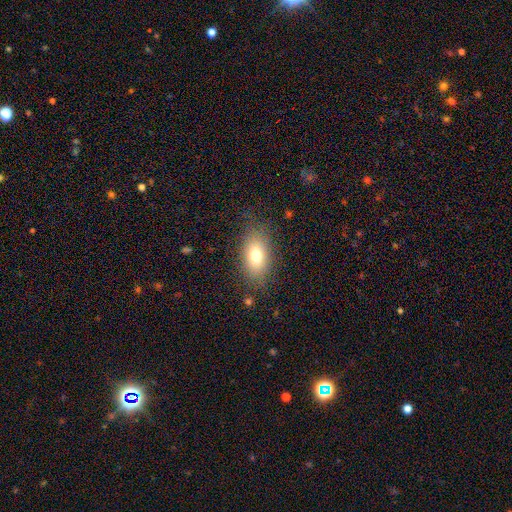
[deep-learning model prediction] Morphology: type=smooth (75%); roundness=in between (88%); merging=none (81%).